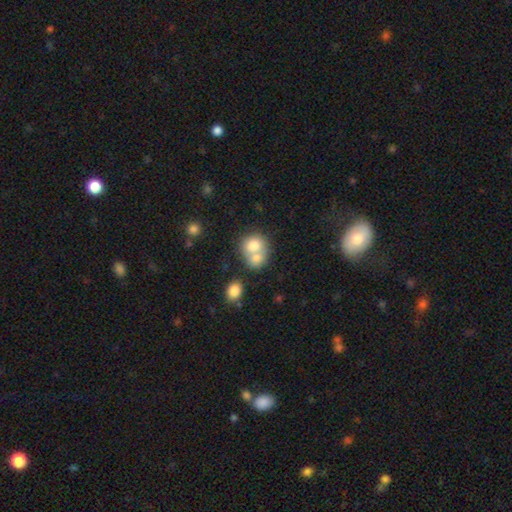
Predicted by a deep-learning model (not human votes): Q: Smooth or featured?
A: smooth (75%); runner-up: featured or disk (17%)
Q: How rounded?
A: round (68%); runner-up: in between (31%)
Q: Merging?
A: merger (66%); runner-up: none (25%)